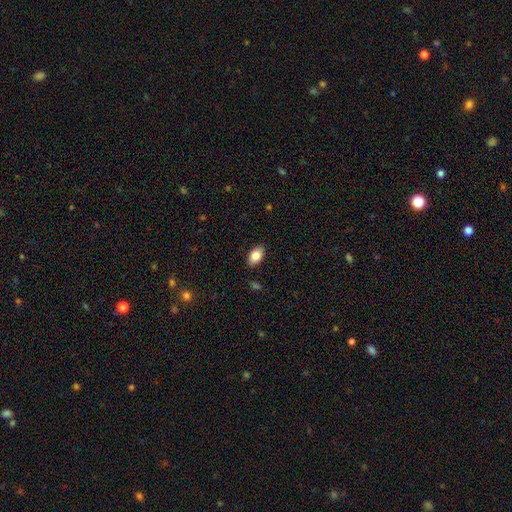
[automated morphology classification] This appears to be a smooth galaxy with no disk features (82%) that is in between round and cigar-shaped (92%). Merging: none (87%).